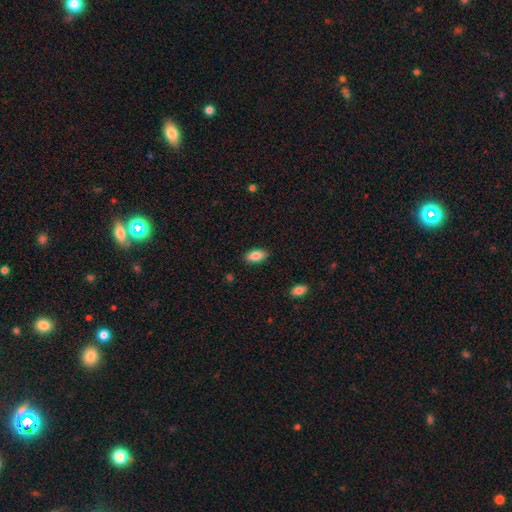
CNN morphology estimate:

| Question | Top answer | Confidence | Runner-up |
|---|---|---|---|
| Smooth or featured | smooth | 86% | featured or disk (7%) |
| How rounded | in between | 92% | cigar-shaped (5%) |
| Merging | none | 88% | minor disturbance (9%) |